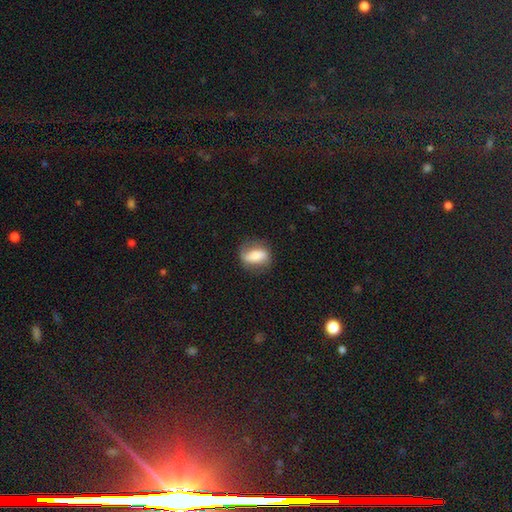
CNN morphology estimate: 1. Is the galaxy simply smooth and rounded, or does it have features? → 55% smooth, 37% featured or disk, 8% star or artifact.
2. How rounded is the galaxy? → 75% in between, 18% round, 7% cigar-shaped.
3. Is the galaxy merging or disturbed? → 73% none, 18% minor disturbance, 8% major disturbance, 1% merger.